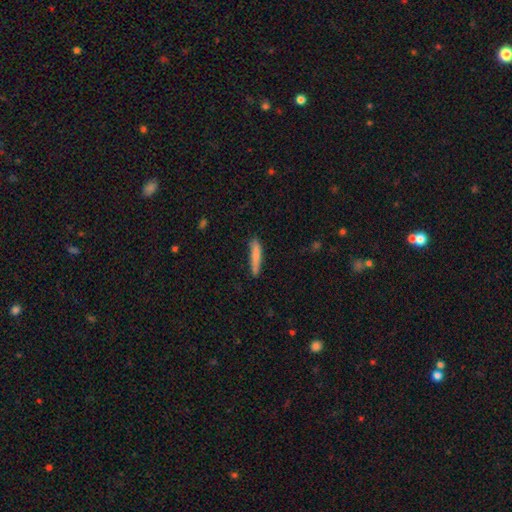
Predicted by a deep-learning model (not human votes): smooth-or-featured: smooth: 79% | featured or disk: 15% | star or artifact: 6%
  how-rounded: cigar-shaped: 91% | in between: 8% | round: 1%
  merging: none: 78% | minor disturbance: 17% | major disturbance: 3% | merger: 2%